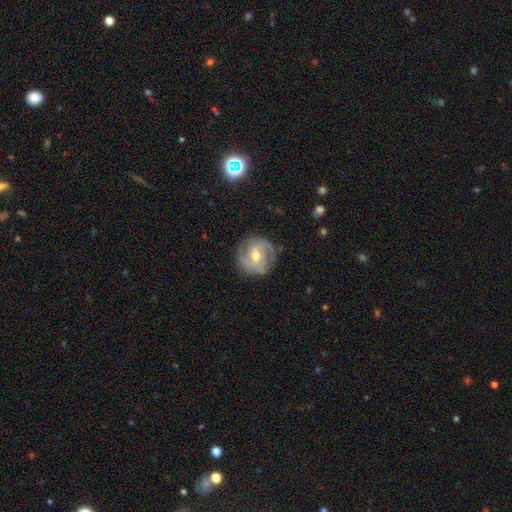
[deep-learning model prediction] A featured or disk galaxy (83%) with a weak bar (44%), 2 (50%) medium (44%) spiral arms (94%) and a moderate central bulge (72%).

Vote fractions:
- Smooth or featured? featured or disk: 83% / smooth: 11% / star or artifact: 6%
- Edge-on disk? no: 97% / yes: 3%
- Bar? weak: 44% / no: 40% / strong: 16%
- Spiral arms? yes: 94% / no: 6%
- Spiral winding? medium: 44% / tight: 41% / loose: 15%
- Spiral arm count? 2: 50% / 3: 25% / can't tell: 13% / 4: 5% / 1: 4% / more than 4: 4%
- Bulge size? moderate: 72% / small: 23% / large: 3% / none: 1% / dominant: 1%
- Merging? none: 81% / minor disturbance: 14% / major disturbance: 4% / merger: 1%